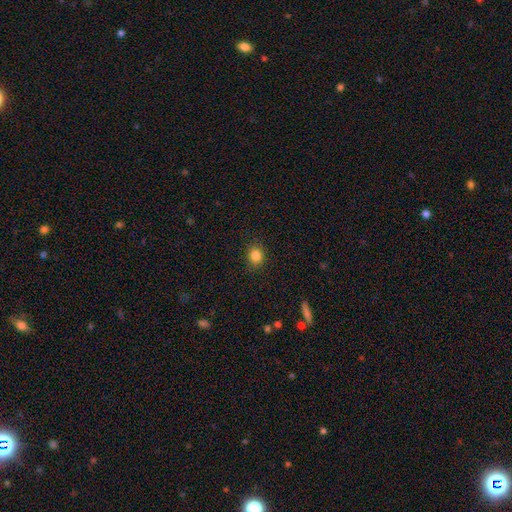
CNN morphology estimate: A smooth galaxy with no disk features (84%) that is round (65%). Merging: none (86%).